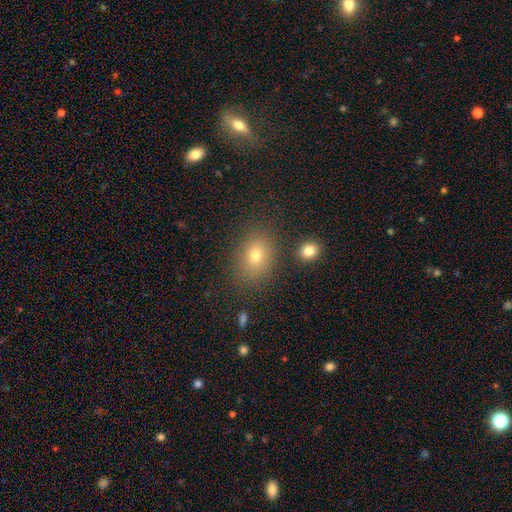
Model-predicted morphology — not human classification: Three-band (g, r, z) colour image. It shows a smooth galaxy with no disk features (75%) that is in between round and cigar-shaped (66%). Merging: none (81%).